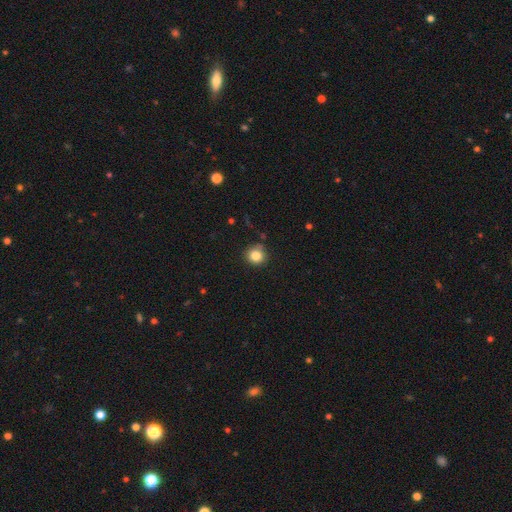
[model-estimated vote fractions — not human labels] Overall: smooth (83%). How rounded: round (91%). Merging: none (83%).